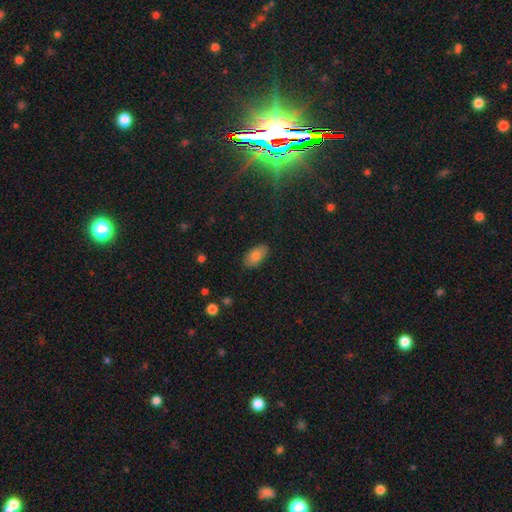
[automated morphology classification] This appears to be a smooth galaxy with no disk features (82%) that is in between round and cigar-shaped (93%). Merging: none (86%).